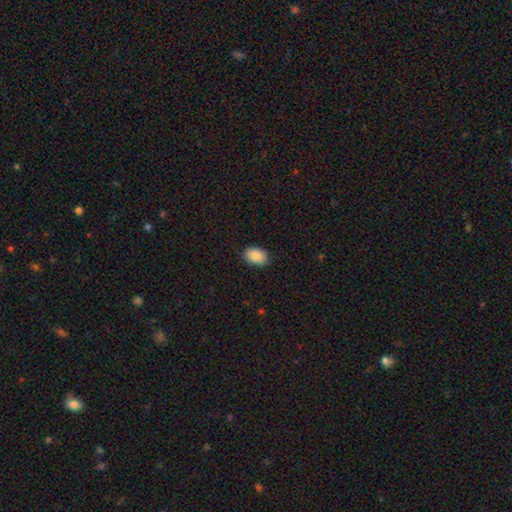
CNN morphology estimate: Overall: smooth (89%). How rounded: in between (88%). Merging: none (88%).